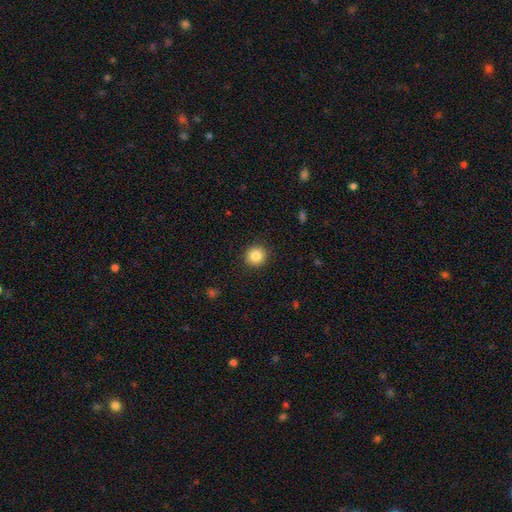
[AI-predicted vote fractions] Smooth or featured?
  - smooth: 85% *
  - star or artifact: 10%
  - featured or disk: 5%
How rounded?
  - round: 92% *
  - in between: 8%
  - cigar-shaped: 1%
Merging?
  - none: 91% *
  - minor disturbance: 6%
  - major disturbance: 2%
  - merger: 1%